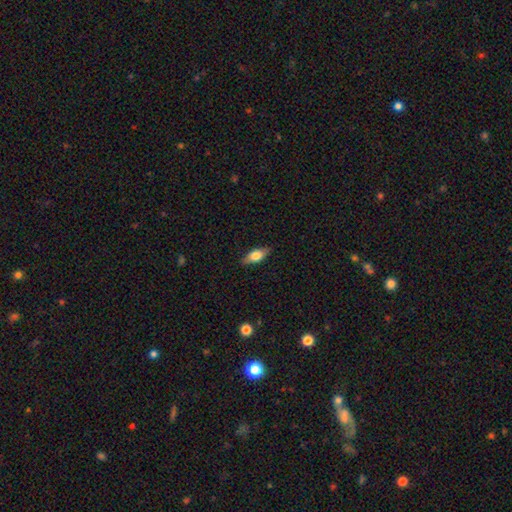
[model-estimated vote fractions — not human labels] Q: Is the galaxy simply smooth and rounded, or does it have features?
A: smooth — 64%.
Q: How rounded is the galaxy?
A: in between — 77%.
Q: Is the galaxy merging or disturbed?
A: none — 84%.